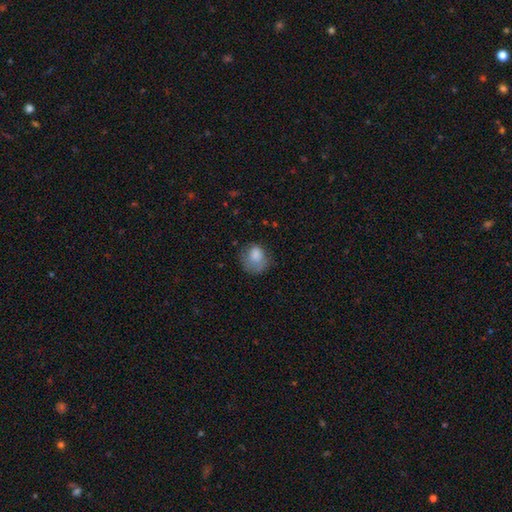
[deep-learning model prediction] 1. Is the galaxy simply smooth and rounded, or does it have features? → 79% smooth, 12% featured or disk, 9% star or artifact.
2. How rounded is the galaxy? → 63% round, 36% in between, 1% cigar-shaped.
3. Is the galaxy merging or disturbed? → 48% none, 30% minor disturbance, 20% major disturbance, 2% merger.